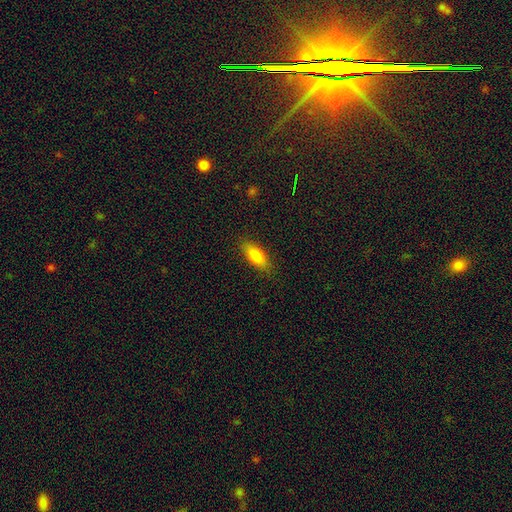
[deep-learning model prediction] Smooth or featured? Predicted: smooth (p=0.81). How rounded? Predicted: in between (p=0.76). Merging? Predicted: none (p=0.85).